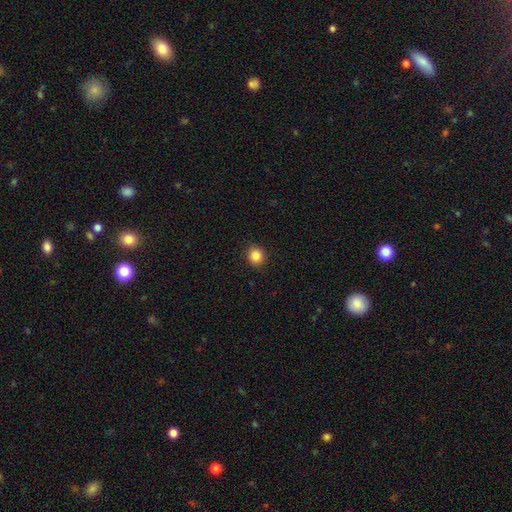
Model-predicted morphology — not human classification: This is clearly a smooth galaxy (86%). How rounded: clearly round (84%). Merging: clearly none (91%).